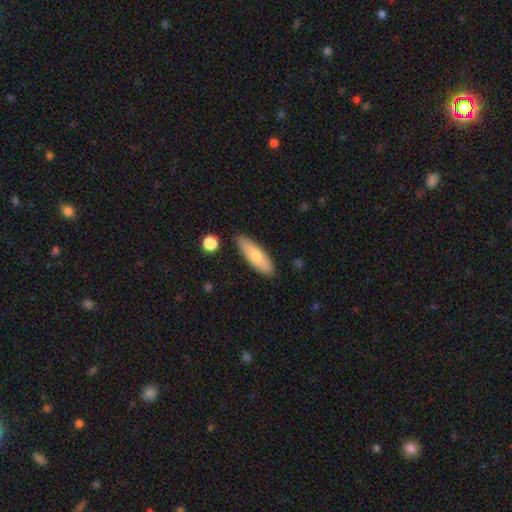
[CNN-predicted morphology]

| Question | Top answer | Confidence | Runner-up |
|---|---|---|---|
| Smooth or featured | smooth | 74% | featured or disk (21%) |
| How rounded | cigar-shaped | 50% | in between (48%) |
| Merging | none | 84% | minor disturbance (12%) |